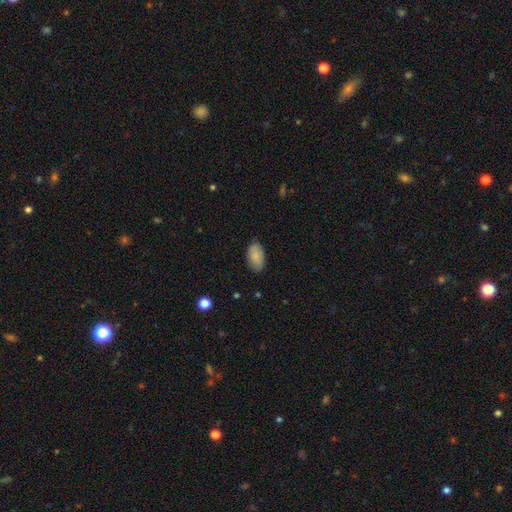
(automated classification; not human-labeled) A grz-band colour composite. It shows a smooth galaxy with no disk features (86%) that is in between round and cigar-shaped (94%). Merging: none (84%).